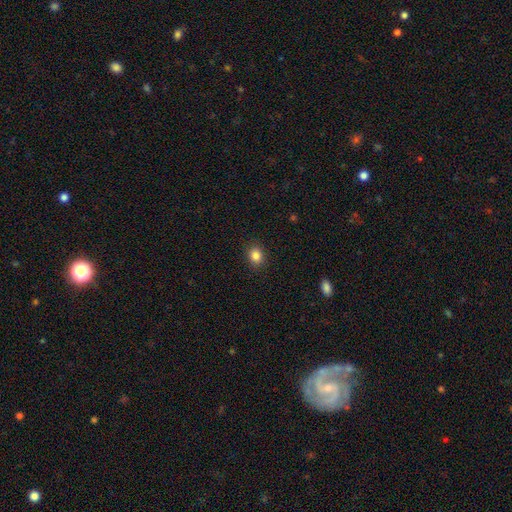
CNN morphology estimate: smooth-or-featured: smooth: 85% | star or artifact: 11% | featured or disk: 4%
  how-rounded: round: 63% | in between: 36% | cigar-shaped: 1%
  merging: none: 90% | minor disturbance: 7% | major disturbance: 2% | merger: 1%